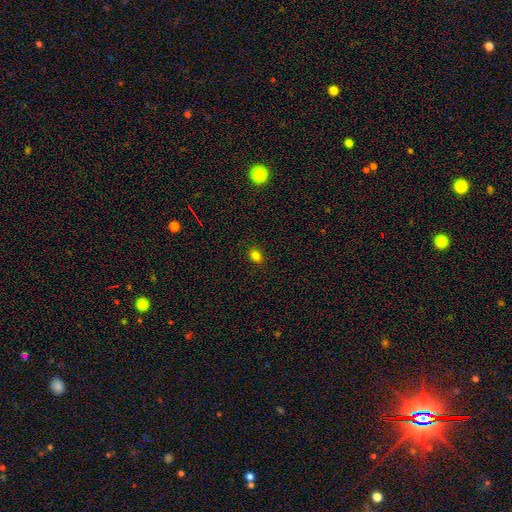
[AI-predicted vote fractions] Overall: smooth (81%). How rounded: in between (58%; round 41%). Merging: none (89%).